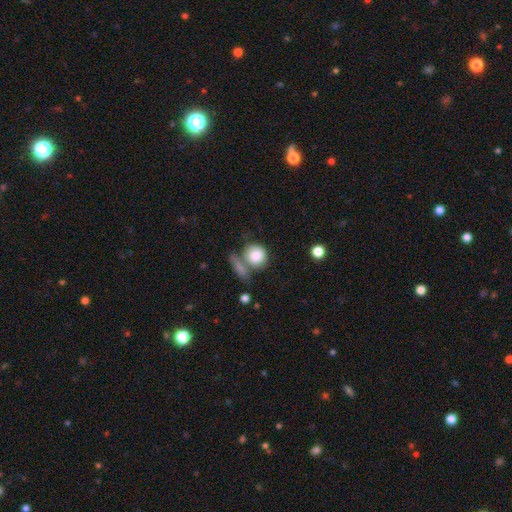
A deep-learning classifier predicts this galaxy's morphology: Smooth or featured? smooth (82%)
How rounded? round (79%)
Merging? none (46%)